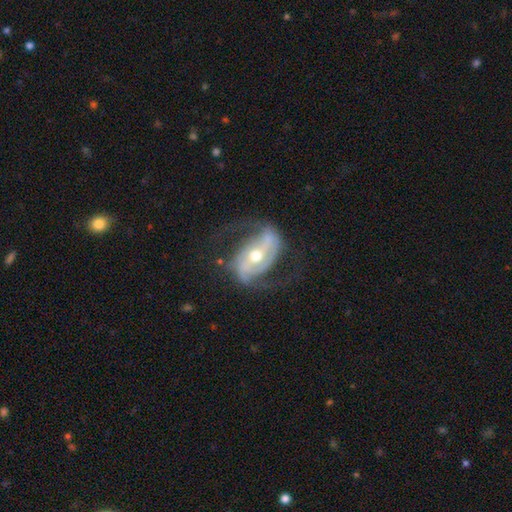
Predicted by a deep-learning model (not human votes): This appears to be a featured or disk galaxy (87%) with a strong bar (45%), 2 (84%) medium (42%) spiral arms (94%) and a moderate central bulge (67%). Merging: none (62%).